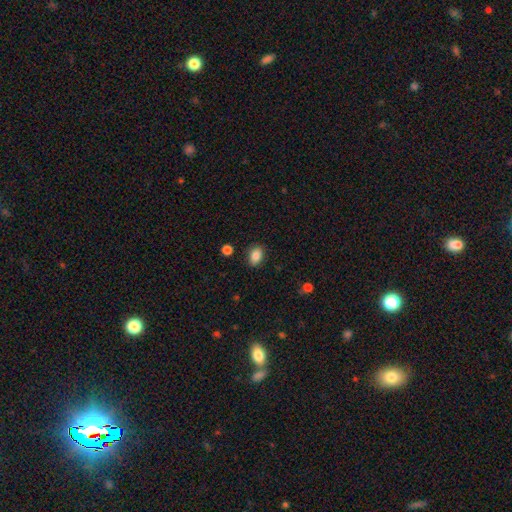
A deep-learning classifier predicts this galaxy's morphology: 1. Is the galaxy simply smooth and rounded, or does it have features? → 86% smooth, 9% star or artifact, 5% featured or disk.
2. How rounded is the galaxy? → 79% in between, 20% round, 1% cigar-shaped.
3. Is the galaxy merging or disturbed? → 85% none, 10% minor disturbance, 3% major disturbance, 2% merger.